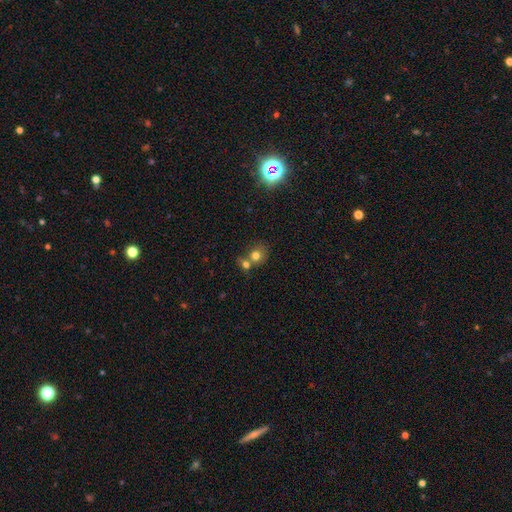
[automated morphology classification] smooth_or_featured: smooth (p=0.75) [alt: star or artifact p=0.13]
how_rounded: round (p=0.75) [alt: in between p=0.24]
merging: merger (p=0.50) [alt: none p=0.38]